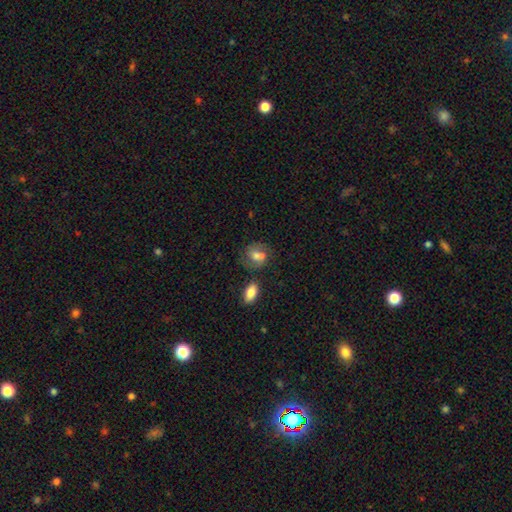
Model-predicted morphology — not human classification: This is likely a smooth galaxy (64%). How rounded: possibly in between (55%). Merging: possibly none (50%).